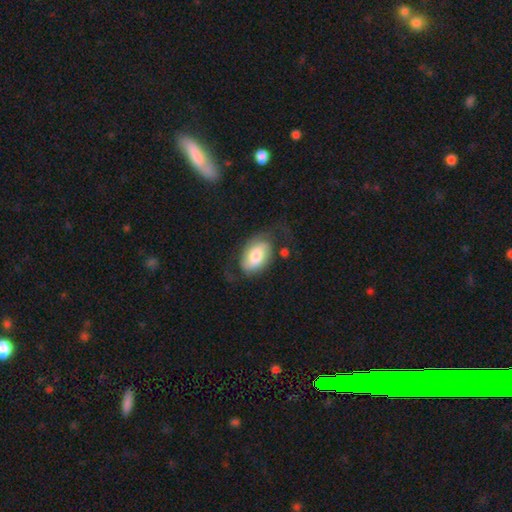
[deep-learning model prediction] A smooth galaxy with no disk features (50%). Merging: none (52%).